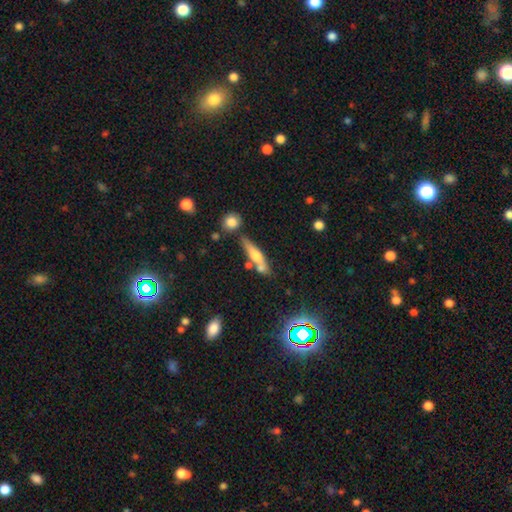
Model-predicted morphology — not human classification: The model was most divided on "smooth or featured": smooth: 52%, featured or disk: 40%, star or artifact: 8%. More confident: how rounded — cigar-shaped (76%); merging — none (60%).